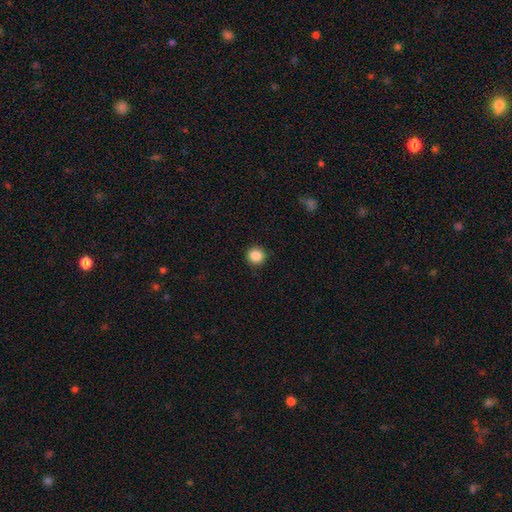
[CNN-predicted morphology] Overall: smooth (87%). How rounded: round (95%). Merging: none (92%).